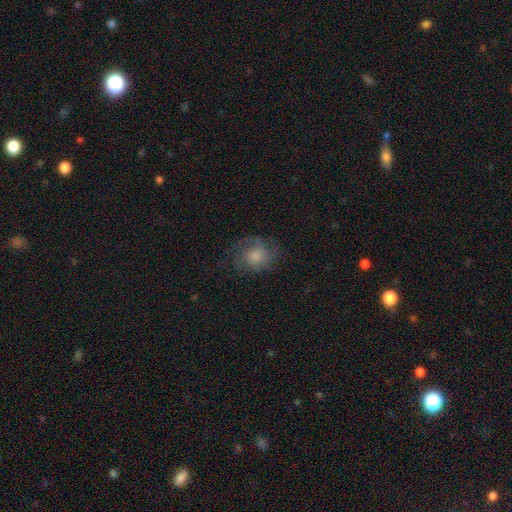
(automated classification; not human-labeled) A featured or disk galaxy (46%). Merging: none (67%).